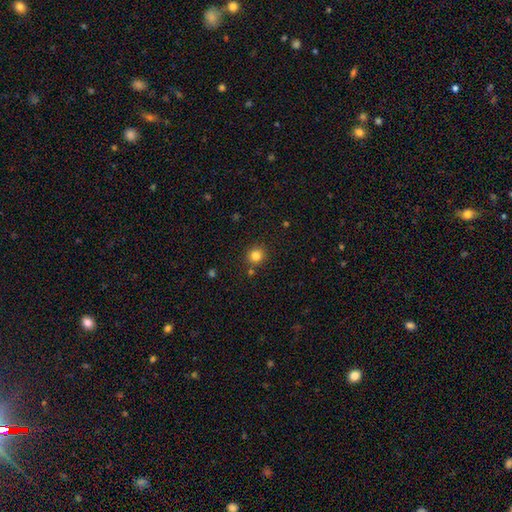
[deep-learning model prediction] Overall: smooth (82%). How rounded: round (92%). Merging: none (84%).